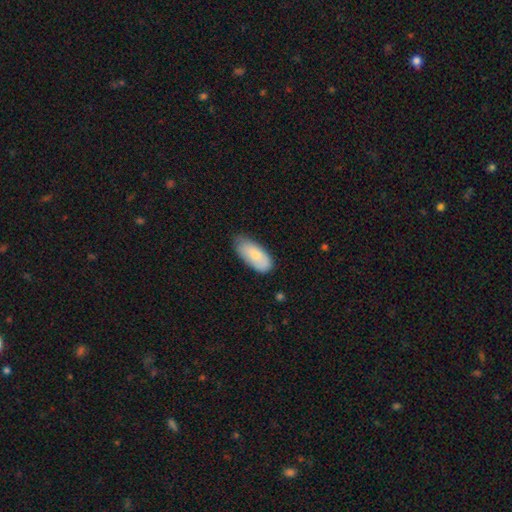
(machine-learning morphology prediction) The model was most divided on "merging": none: 63%, minor disturbance: 30%, major disturbance: 5%, merger: 1%. More confident: how rounded — in between (89%); smooth or featured — smooth (80%).